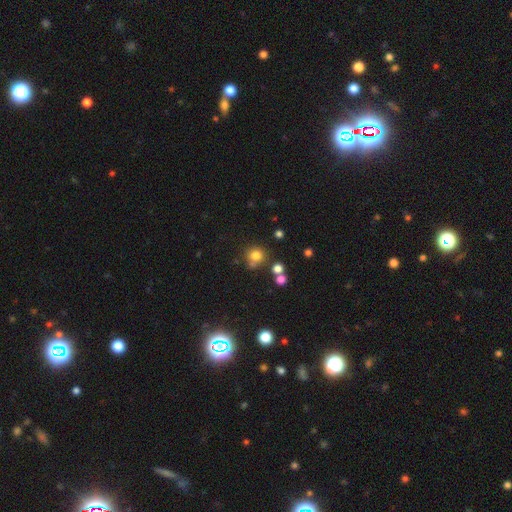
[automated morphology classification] smooth_or_featured: smooth (p=0.77) [alt: star or artifact p=0.16]
how_rounded: round (p=0.89) [alt: in between p=0.10]
merging: none (p=0.67) [alt: merger p=0.16]